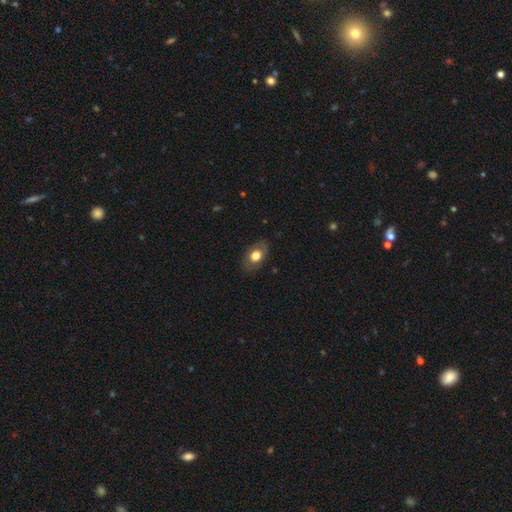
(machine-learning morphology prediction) Smooth or featured?
  - smooth: 66% *
  - featured or disk: 26%
  - star or artifact: 7%
How rounded?
  - in between: 82% *
  - round: 17%
  - cigar-shaped: 1%
Merging?
  - none: 80% *
  - minor disturbance: 15%
  - major disturbance: 4%
  - merger: 1%